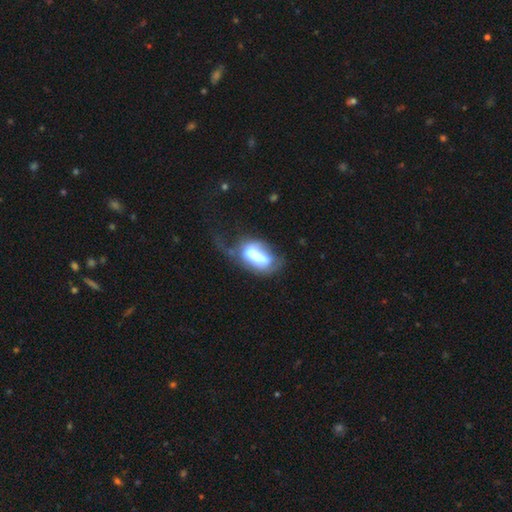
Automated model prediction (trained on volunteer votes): Smooth or featured? Predicted: smooth (p=0.60). How rounded? Predicted: in between (p=0.87). Merging? Predicted: major disturbance (p=0.45).